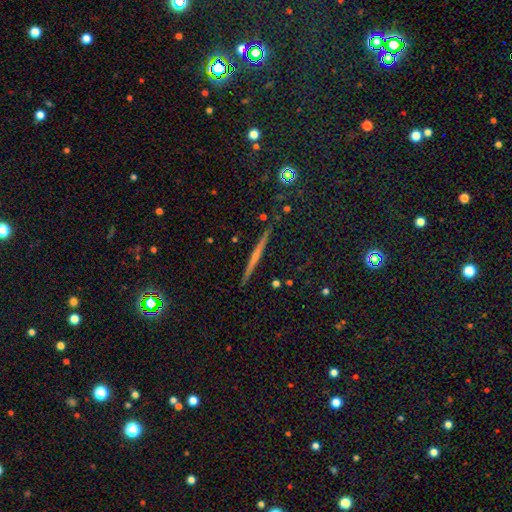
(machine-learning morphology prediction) Smooth or featured?
  - featured or disk: 61% *
  - smooth: 28%
  - star or artifact: 11%
Edge-on disk?
  - yes: 98% *
  - no: 2%
Edge-on bulge?
  - none: 64% *
  - rounded: 30%
  - boxy: 7%
Merging?
  - none: 92% *
  - minor disturbance: 5%
  - major disturbance: 1%
  - merger: 1%